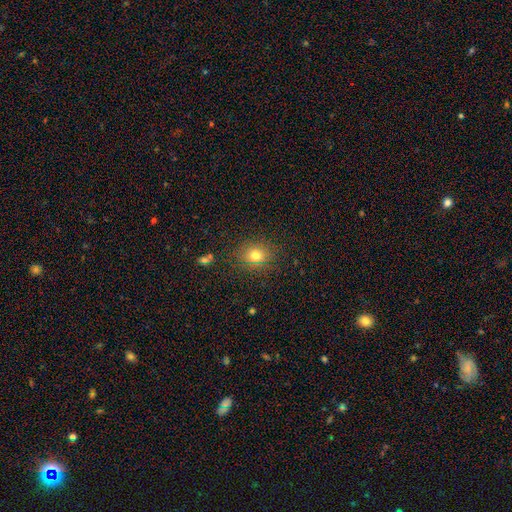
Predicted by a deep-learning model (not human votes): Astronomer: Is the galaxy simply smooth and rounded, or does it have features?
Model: smooth — 76%.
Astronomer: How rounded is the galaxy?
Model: round — 67%.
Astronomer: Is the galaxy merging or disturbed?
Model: none — 85%.